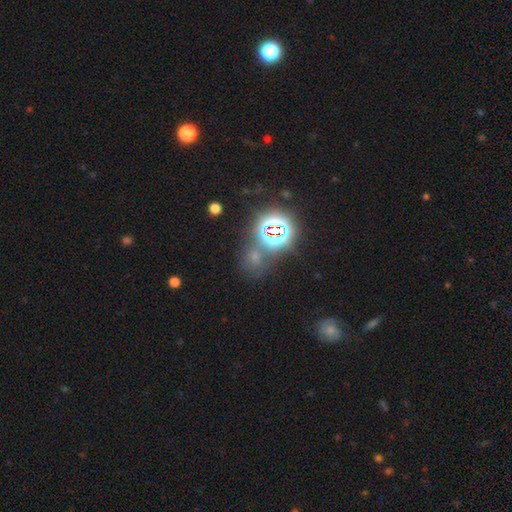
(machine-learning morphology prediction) A star or artifact, not a galaxy (62%).

Vote fractions:
- Smooth or featured? star or artifact: 62% / smooth: 29% / featured or disk: 9%